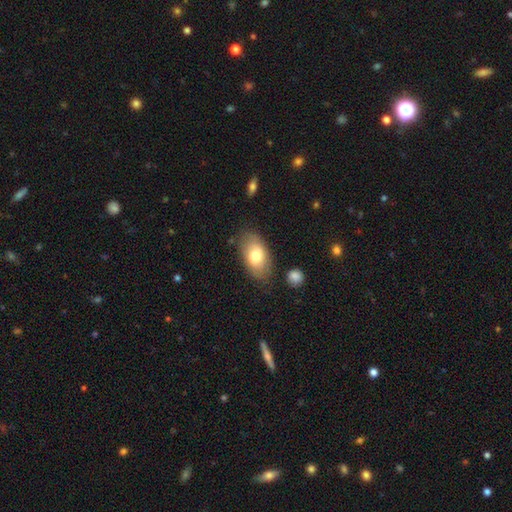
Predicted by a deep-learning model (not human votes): A smooth galaxy with no disk features (73%) that is in between round and cigar-shaped (92%). Merging: none (76%).